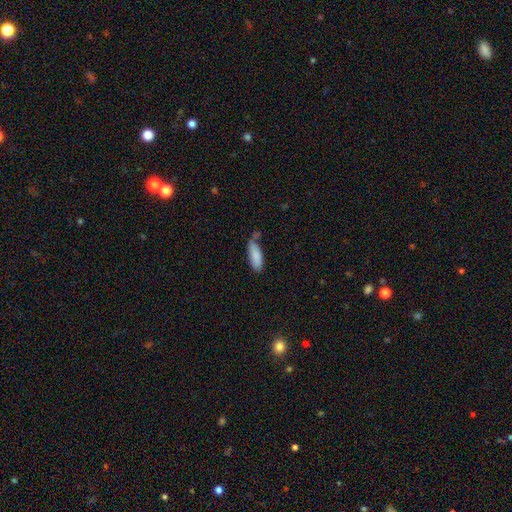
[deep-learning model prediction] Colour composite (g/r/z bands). It shows a smooth galaxy with no disk features (86%) that is in between round and cigar-shaped (63%). Merging: none (59%).